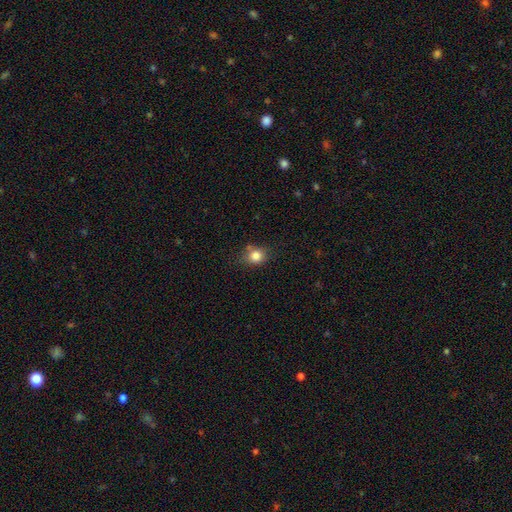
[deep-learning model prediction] Q: Smooth or featured?
A: smooth (82%); runner-up: star or artifact (11%)
Q: How rounded?
A: round (71%); runner-up: in between (28%)
Q: Merging?
A: none (69%); runner-up: minor disturbance (19%)